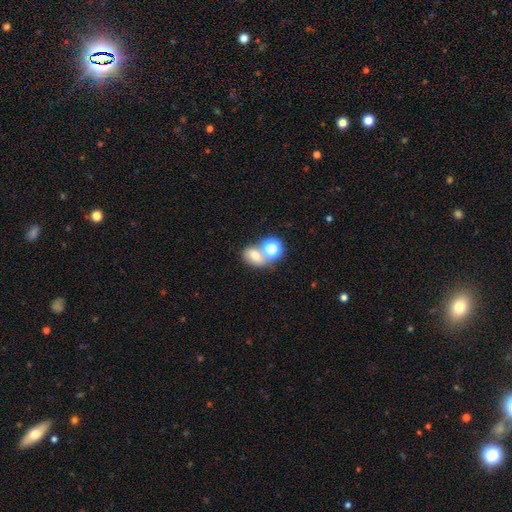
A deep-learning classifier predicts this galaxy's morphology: Smooth or featured? smooth (68%)
How rounded? in between (60%)
Merging? merger (44%)